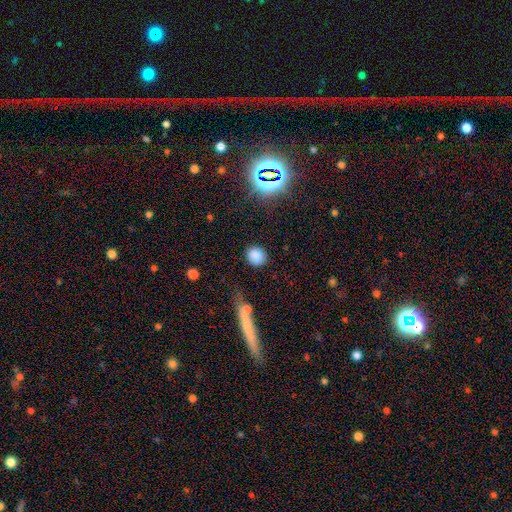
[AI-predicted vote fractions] A smooth galaxy with no disk features (83%) that is round (78%).

Vote fractions:
- Smooth or featured? smooth: 83% / star or artifact: 11% / featured or disk: 5%
- How rounded? round: 78% / in between: 20% / cigar-shaped: 2%
- Merging? none: 84% / minor disturbance: 9% / major disturbance: 4% / merger: 3%